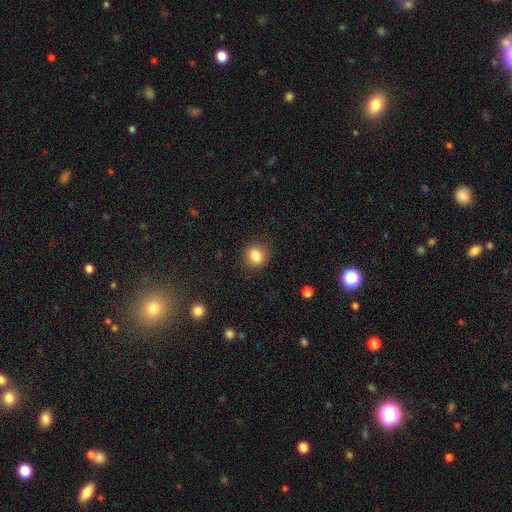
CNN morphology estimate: This is clearly a smooth galaxy (83%). How rounded: likely round (75%). Merging: clearly none (86%).